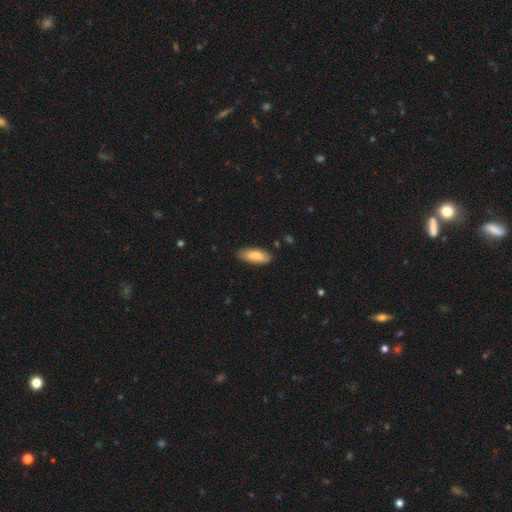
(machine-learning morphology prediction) smooth 84%, featured or disk 10%, star or artifact 5%. Down the decision tree: how rounded — in between (74%); merging — none (83%).